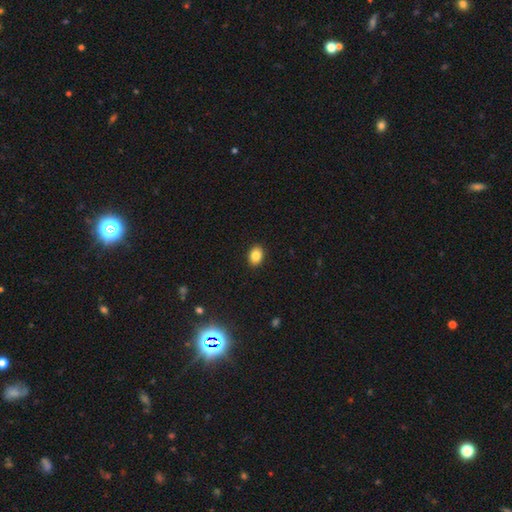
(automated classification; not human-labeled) This is clearly a smooth galaxy (85%). How rounded: likely in between (69%). Merging: clearly none (91%).